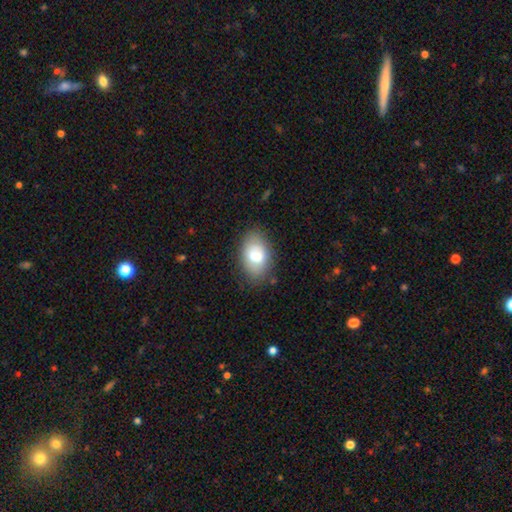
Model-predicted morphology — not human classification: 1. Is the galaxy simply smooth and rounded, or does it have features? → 75% smooth, 17% featured or disk, 7% star or artifact.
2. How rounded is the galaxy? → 90% in between, 9% round, 1% cigar-shaped.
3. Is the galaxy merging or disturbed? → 76% none, 17% minor disturbance, 5% major disturbance, 2% merger.